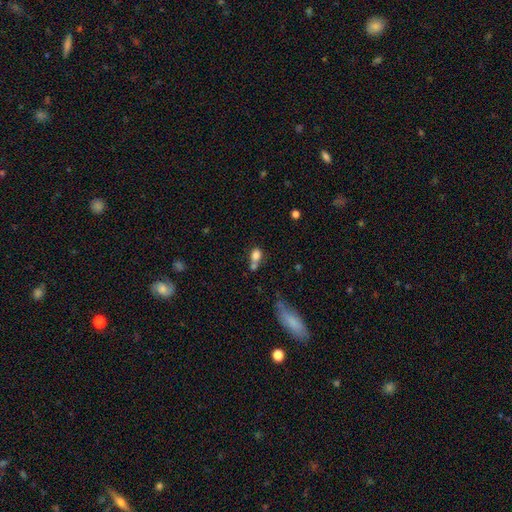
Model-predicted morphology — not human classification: Smooth or featured?
  - smooth: 79% *
  - star or artifact: 11%
  - featured or disk: 10%
How rounded?
  - in between: 60% *
  - round: 38%
  - cigar-shaped: 2%
Merging?
  - none: 39% * (tied)
  - merger: 39% * (tied)
  - minor disturbance: 15%
  - major disturbance: 7%